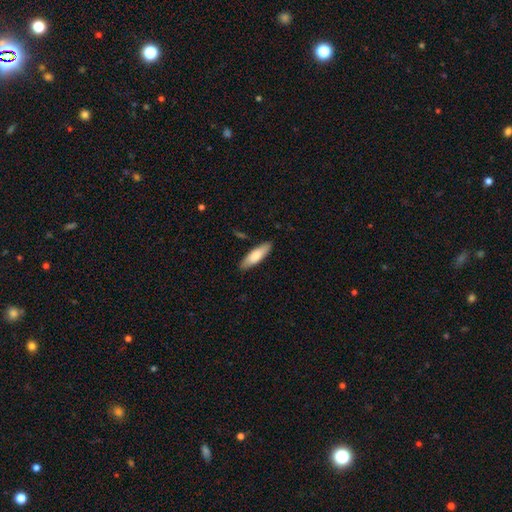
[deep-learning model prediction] Smooth or featured?
  - smooth: 78% *
  - featured or disk: 17%
  - star or artifact: 5%
How rounded?
  - cigar-shaped: 53% *
  - in between: 45%
  - round: 2%
Merging?
  - none: 86% *
  - minor disturbance: 11%
  - major disturbance: 2%
  - merger: 2%